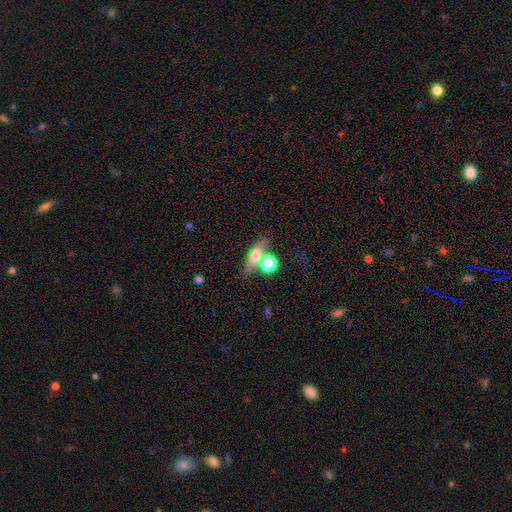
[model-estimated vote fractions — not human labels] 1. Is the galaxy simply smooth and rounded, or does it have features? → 56% smooth, 34% featured or disk, 10% star or artifact.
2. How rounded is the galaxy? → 48% in between, 33% cigar-shaped, 19% round.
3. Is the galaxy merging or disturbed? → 55% none, 27% merger, 12% minor disturbance, 6% major disturbance.